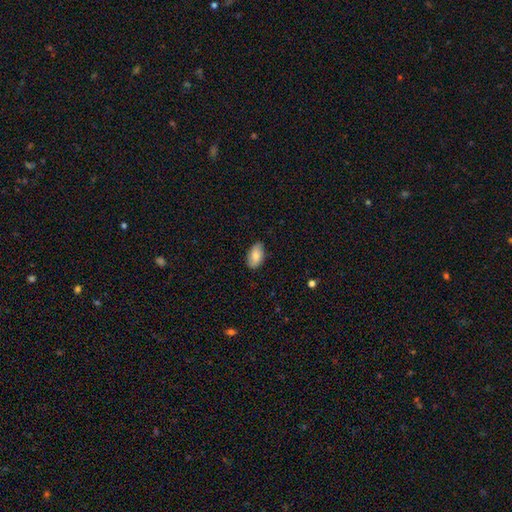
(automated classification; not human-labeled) The model was most divided on "smooth or featured": smooth: 79%, featured or disk: 15%, star or artifact: 7%. More confident: how rounded — in between (94%); merging — none (81%).